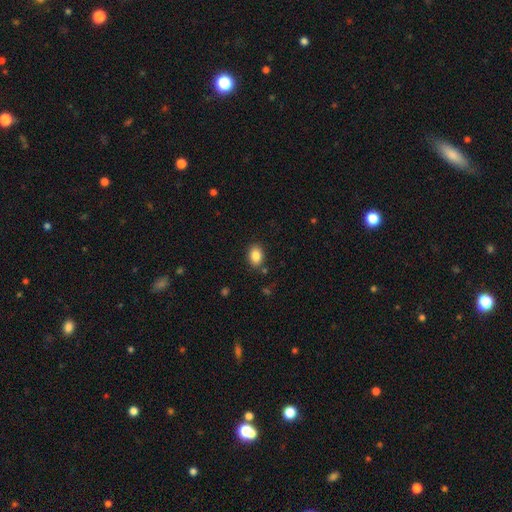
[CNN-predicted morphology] type=smooth (86%); roundness=in between (75%); merging=none (85%).